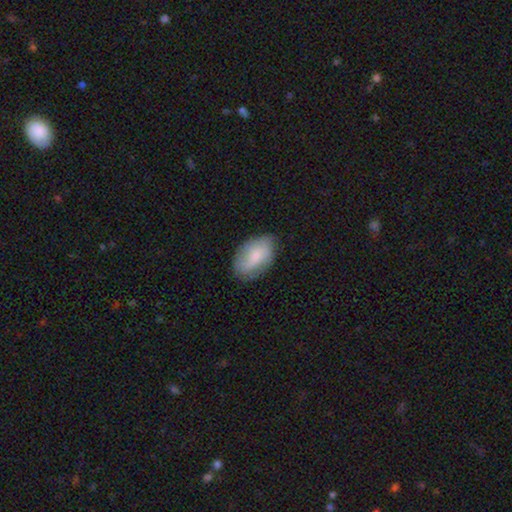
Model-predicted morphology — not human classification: The model was most divided on "smooth or featured": smooth: 68%, featured or disk: 25%, star or artifact: 7%. More confident: how rounded — in between (91%); merging — none (70%).